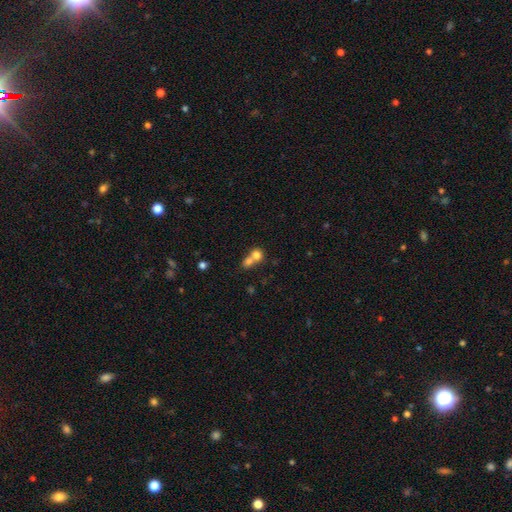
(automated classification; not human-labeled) smooth 76%, featured or disk 13%, star or artifact 11%. Down the decision tree: how rounded — round (78%); merging — merger (64%).